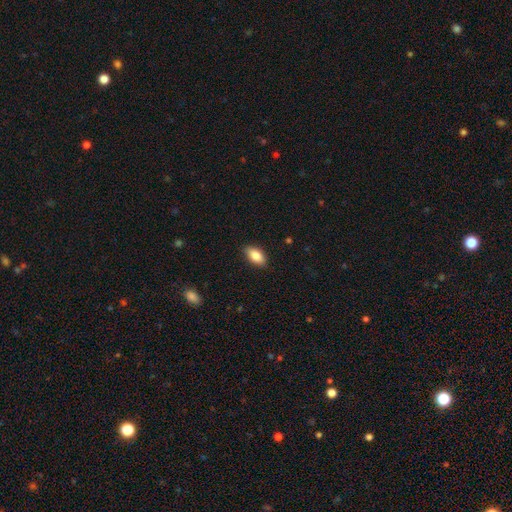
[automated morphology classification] type=smooth (85%); roundness=in between (92%); merging=none (86%).